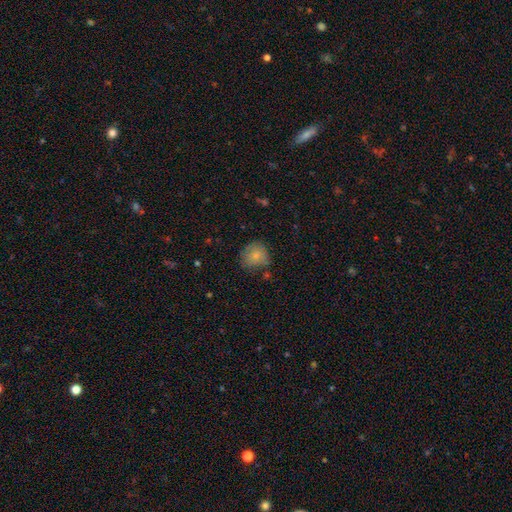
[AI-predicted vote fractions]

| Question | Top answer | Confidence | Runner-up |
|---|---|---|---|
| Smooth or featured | smooth | 78% | featured or disk (13%) |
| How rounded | round | 83% | in between (16%) |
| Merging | none | 69% | minor disturbance (22%) |